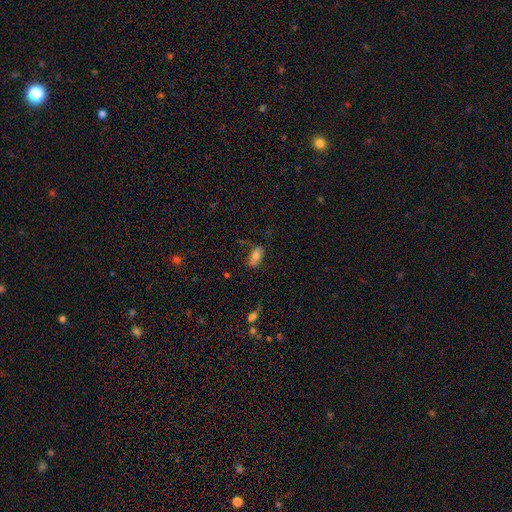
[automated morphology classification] A smooth galaxy with no disk features (72%) that is in between round and cigar-shaped (90%).

Vote fractions:
- Smooth or featured? smooth: 72% / featured or disk: 18% / star or artifact: 9%
- How rounded? in between: 90% / round: 5% / cigar-shaped: 4%
- Merging? none: 63% / minor disturbance: 24% / major disturbance: 9% / merger: 3%